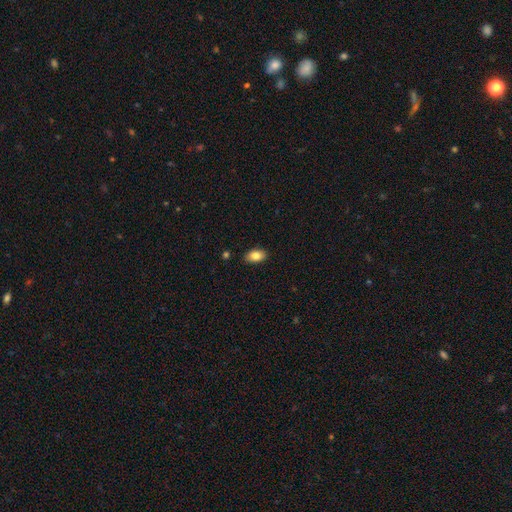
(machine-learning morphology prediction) type=smooth (83%); roundness=in between (91%); merging=none (88%).